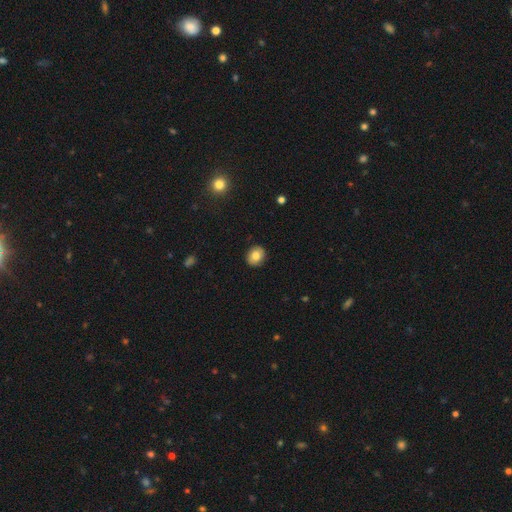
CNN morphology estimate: A smooth galaxy with no disk features (80%) that is round (70%). Merging: none (88%).